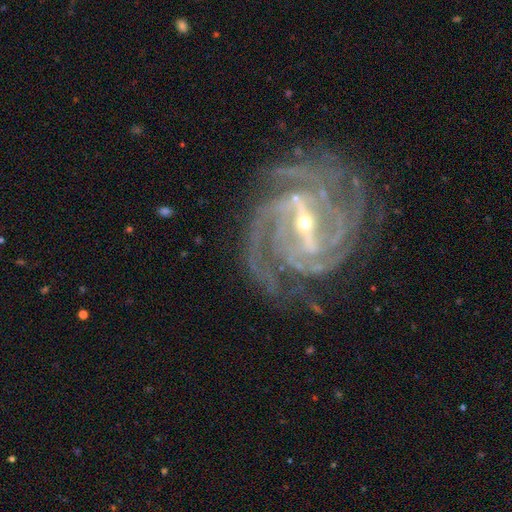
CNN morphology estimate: A featured or disk galaxy (92%) with a strong bar (71%), 4 (36%) tight (65%) spiral arms (98%) and a small central bulge (68%).

Vote fractions:
- Smooth or featured? featured or disk: 92% / star or artifact: 5% / smooth: 2%
- Edge-on disk? no: 97% / yes: 3%
- Bar? strong: 71% / weak: 23% / no: 6%
- Spiral arms? yes: 98% / no: 2%
- Spiral winding? tight: 65% / medium: 30% / loose: 4%
- Spiral arm count? 4: 36% / 3: 21% / more than 4: 13% / 2: 12% / can't tell: 12% / 1: 7%
- Bulge size? small: 68% / moderate: 28% / large: 1% / none: 1% / dominant: 1%
- Merging? none: 76% / minor disturbance: 15% / major disturbance: 8% / merger: 2%